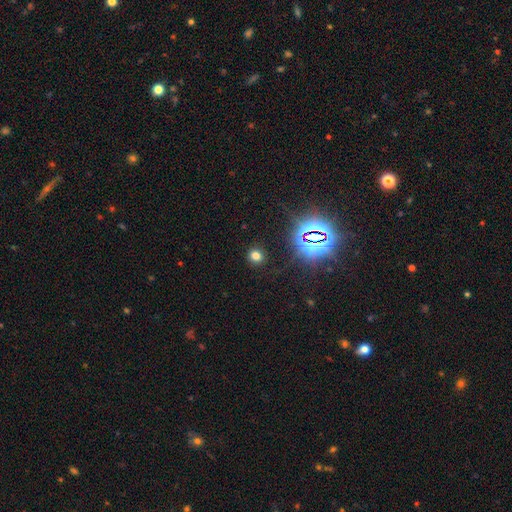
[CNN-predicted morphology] smooth 68%, star or artifact 25%, featured or disk 7%. Down the decision tree: how rounded — round (82%); merging — none (89%).